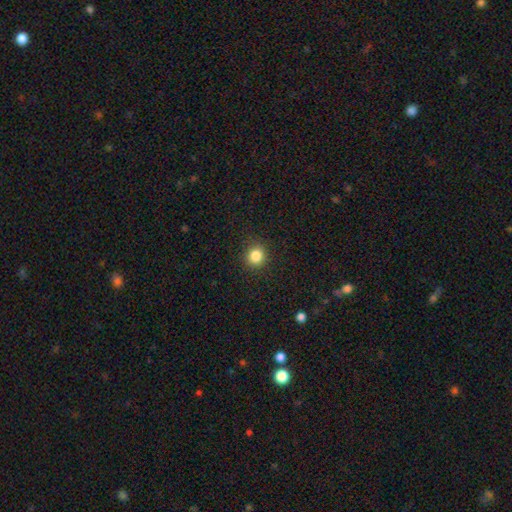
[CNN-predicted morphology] Overall: smooth (84%). How rounded: round (89%). Merging: none (91%).